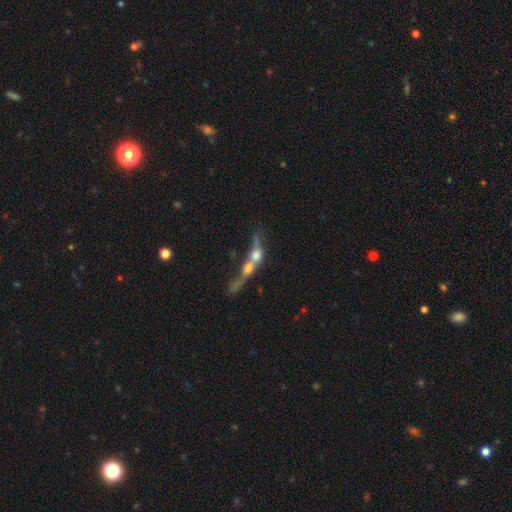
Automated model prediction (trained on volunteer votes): Smooth or featured?
  - smooth: 44% *
  - featured or disk: 43%
  - star or artifact: 12%
Merging?
  - merger: 74% *
  - none: 12%
  - major disturbance: 9%
  - minor disturbance: 5%